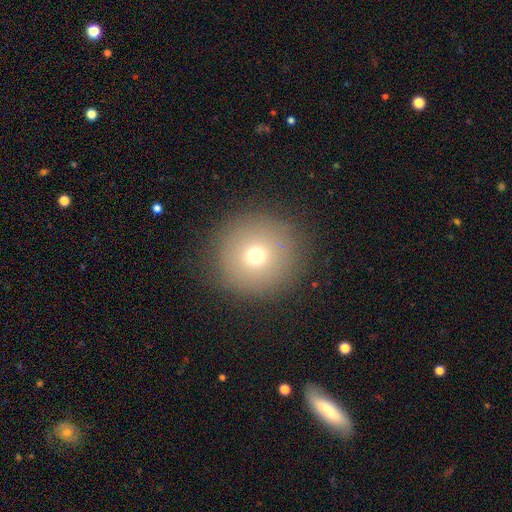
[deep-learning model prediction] The model was most divided on "smooth or featured": smooth: 69%, star or artifact: 16%, featured or disk: 15%. More confident: how rounded — round (96%); merging — none (88%).